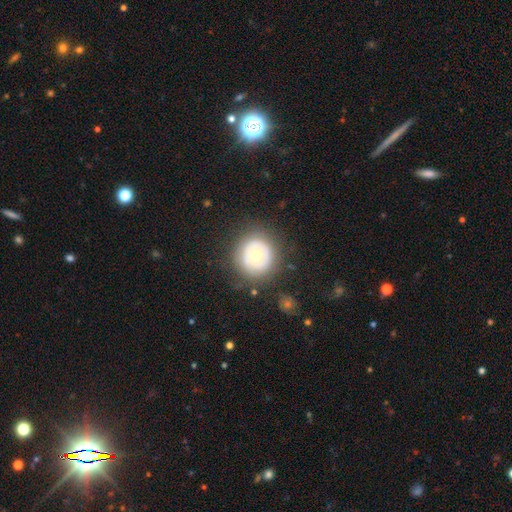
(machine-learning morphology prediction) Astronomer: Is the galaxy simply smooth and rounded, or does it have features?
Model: smooth — 48% (runner-up: featured or disk, 44%).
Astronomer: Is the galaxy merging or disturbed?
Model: none — 78%.